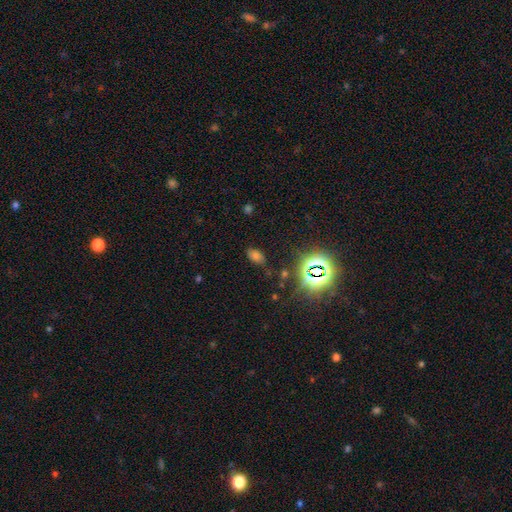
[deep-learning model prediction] Morphology: type=smooth (55%); roundness=in between (89%); merging=none (77%).